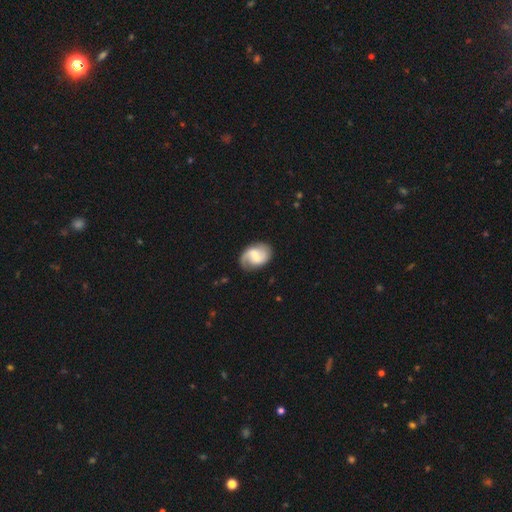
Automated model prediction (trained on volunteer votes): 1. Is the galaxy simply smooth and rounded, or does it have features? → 75% featured or disk, 19% smooth, 6% star or artifact.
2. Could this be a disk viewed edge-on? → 98% no, 2% yes.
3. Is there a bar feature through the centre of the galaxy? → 54% weak, 23% strong, 23% no.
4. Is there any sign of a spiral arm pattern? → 94% yes, 6% no.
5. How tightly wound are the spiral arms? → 43% medium, 38% loose, 19% tight.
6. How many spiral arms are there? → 79% 2, 13% 1, 5% can't tell, 1% 3, 1% 4, 1% more than 4.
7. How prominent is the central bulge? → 35% small, 27% moderate, 27% none, 8% large, 2% dominant.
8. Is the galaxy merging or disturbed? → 73% none, 18% minor disturbance, 7% major disturbance, 2% merger.